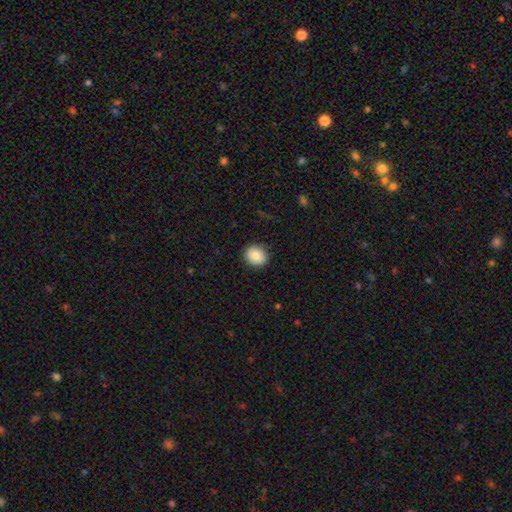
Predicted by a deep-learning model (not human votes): Smooth or featured? smooth (85%)
How rounded? round (71%)
Merging? none (89%)